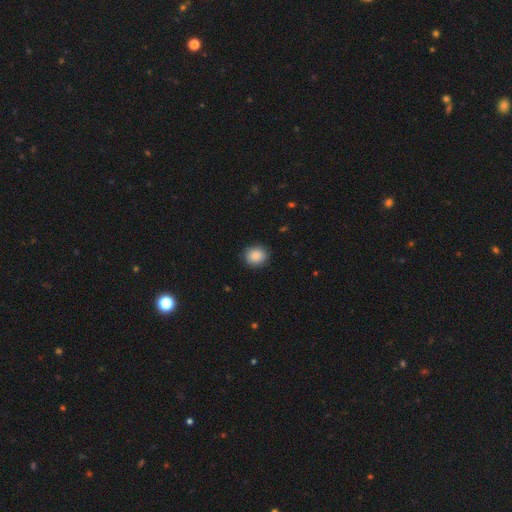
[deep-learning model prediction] Smooth or featured? smooth (89%)
How rounded? round (73%)
Merging? none (88%)